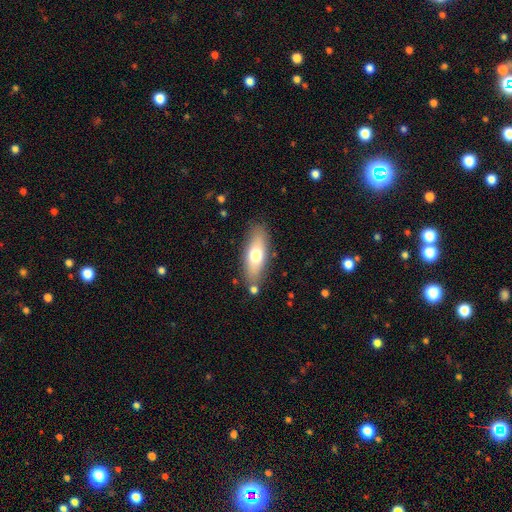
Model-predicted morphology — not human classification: Smooth or featured: smooth — 65% (featured or disk — 28%)
How rounded: in between — 67% (cigar-shaped — 31%)
Merging: none — 83% (minor disturbance — 11%)